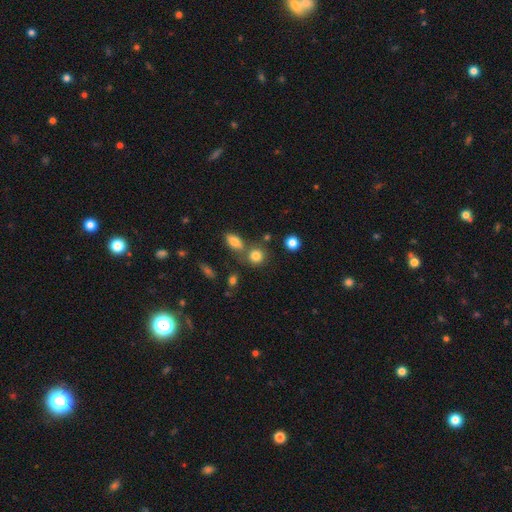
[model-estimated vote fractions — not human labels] Smooth or featured?
  - smooth: 82% *
  - star or artifact: 11%
  - featured or disk: 7%
How rounded?
  - round: 81% *
  - in between: 18%
  - cigar-shaped: 2%
Merging?
  - none: 66% *
  - merger: 20%
  - minor disturbance: 10%
  - major disturbance: 4%